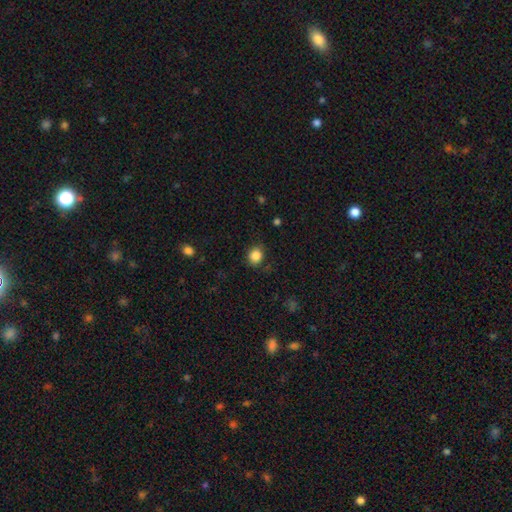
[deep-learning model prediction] A smooth galaxy with no disk features (86%) that is round (74%). Merging: none (84%).